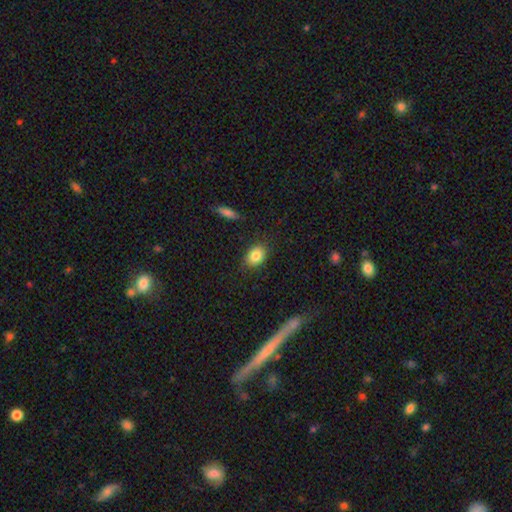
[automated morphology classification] Smooth or featured: smooth — 83% (star or artifact — 9%)
How rounded: in between — 66% (round — 33%)
Merging: none — 84% (minor disturbance — 12%)